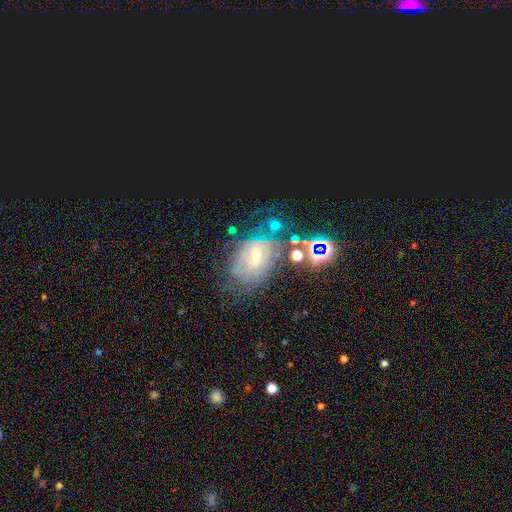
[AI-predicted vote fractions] smooth-or-featured: featured or disk: 67% | star or artifact: 18% | smooth: 15%
  disk-edge-on: no: 95% | yes: 5%
    bar: no: 43% | weak: 42% | strong: 15%
    has-spiral-arms: yes: 79% | no: 21%
      spiral-winding: tight: 63% | medium: 27% | loose: 10%
      spiral-arm-count: can't tell: 61% | 2: 16% | 3: 9% | 4: 6% | more than 4: 5% | 1: 4%
    bulge-size: small: 56% | moderate: 39% | large: 2% | none: 2% | dominant: 1%
  merging: none: 49% | minor disturbance: 23% | major disturbance: 20% | merger: 8%